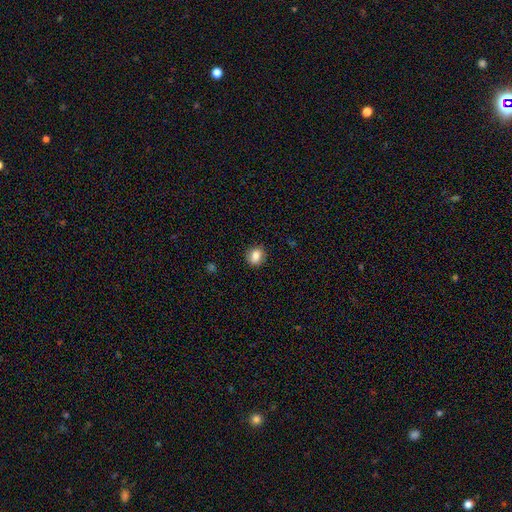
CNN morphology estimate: The model was most divided on "how rounded": round: 66%, in between: 33%, cigar-shaped: 1%. More confident: merging — none (87%); smooth or featured — smooth (84%).